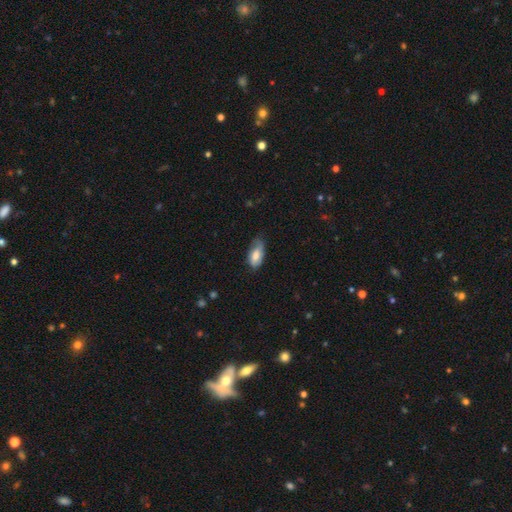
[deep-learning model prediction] A smooth galaxy with no disk features (73%) that is in between round and cigar-shaped (91%).

Vote fractions:
- Smooth or featured? smooth: 73% / featured or disk: 21% / star or artifact: 6%
- How rounded? in between: 91% / cigar-shaped: 6% / round: 3%
- Merging? none: 53% / minor disturbance: 36% / major disturbance: 10% / merger: 2%